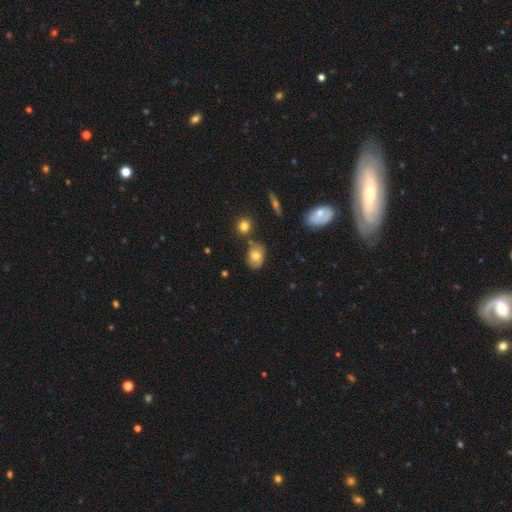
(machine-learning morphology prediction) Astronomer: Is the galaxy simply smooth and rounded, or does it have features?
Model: smooth — 66%.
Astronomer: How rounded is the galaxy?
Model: in between — 73%.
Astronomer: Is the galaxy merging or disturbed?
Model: none — 67%.